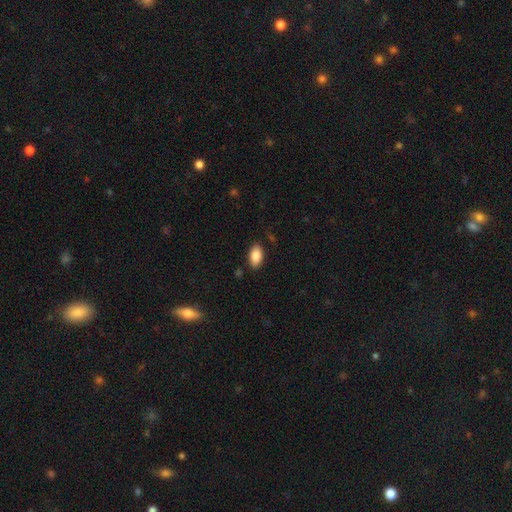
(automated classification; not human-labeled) The model was most divided on "merging": none: 85%, minor disturbance: 11%, major disturbance: 2%, merger: 1%. More confident: how rounded — in between (94%); smooth or featured — smooth (88%).